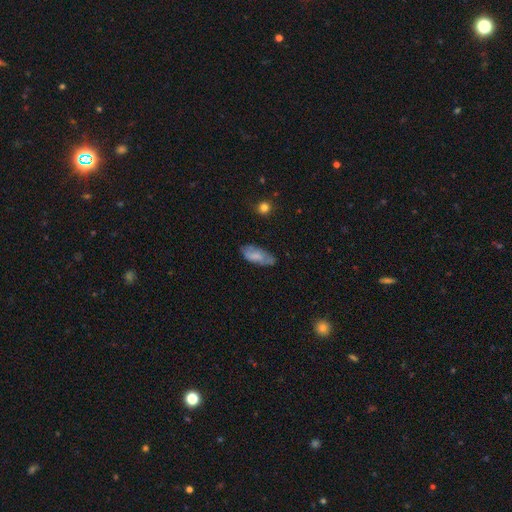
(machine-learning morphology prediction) Smooth or featured? Predicted: smooth (p=0.70). How rounded? Predicted: in between (p=0.83). Merging? Predicted: none (p=0.60).